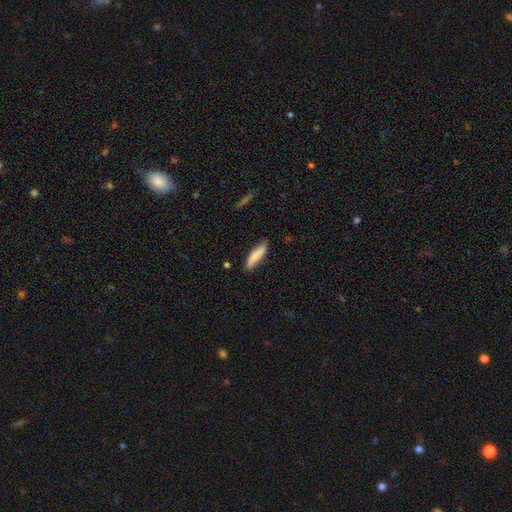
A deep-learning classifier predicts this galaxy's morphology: type=smooth (80%); roundness=cigar-shaped (65%); merging=none (81%).